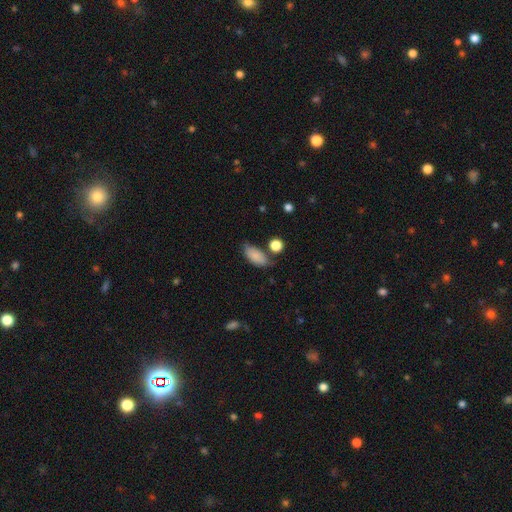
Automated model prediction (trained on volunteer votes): smooth_or_featured: smooth (p=0.86) [alt: star or artifact p=0.07]
how_rounded: in between (p=0.89) [alt: cigar-shaped p=0.07]
merging: none (p=0.65) [alt: minor disturbance p=0.22]